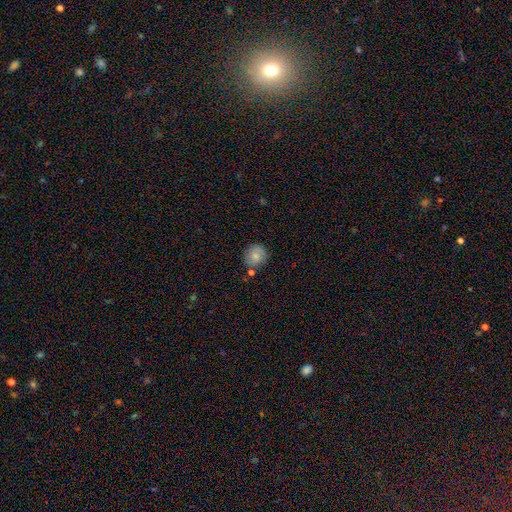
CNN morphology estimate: smooth-or-featured: smooth: 71% | featured or disk: 21% | star or artifact: 9%
  how-rounded: round: 84% | in between: 15% | cigar-shaped: 1%
  merging: none: 73% | minor disturbance: 16% | merger: 7% | major disturbance: 4%